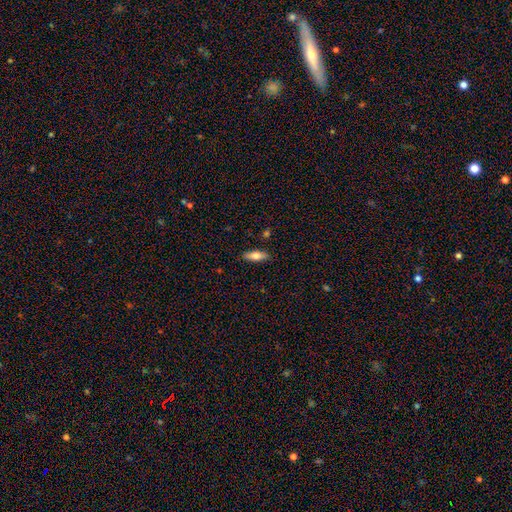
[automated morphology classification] smooth 73%, featured or disk 21%, star or artifact 7%. Down the decision tree: how rounded — in between (66%); merging — none (86%).